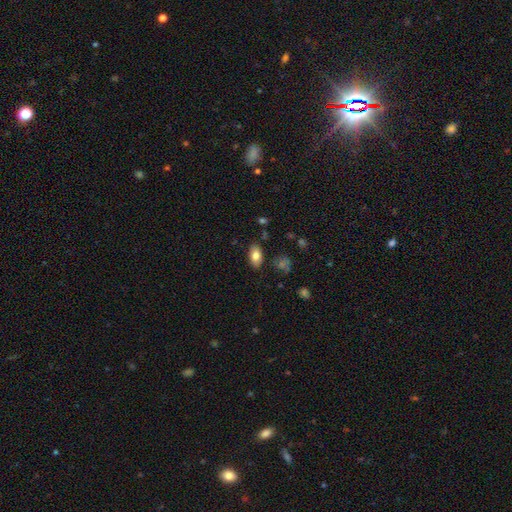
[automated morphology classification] A smooth galaxy with no disk features (80%) that is in between round and cigar-shaped (91%). Merging: none (84%).